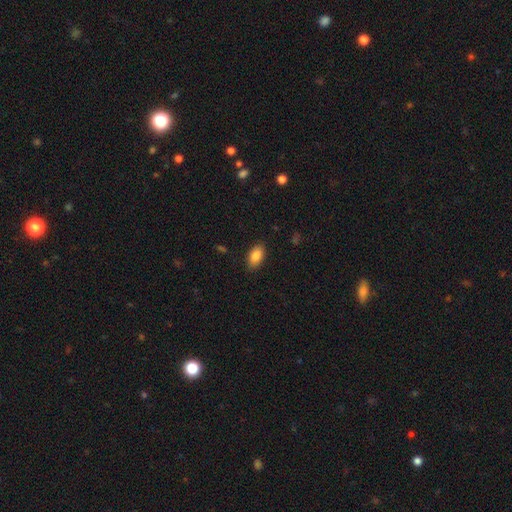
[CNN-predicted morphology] Smooth or featured? smooth (87%)
How rounded? in between (92%)
Merging? none (87%)